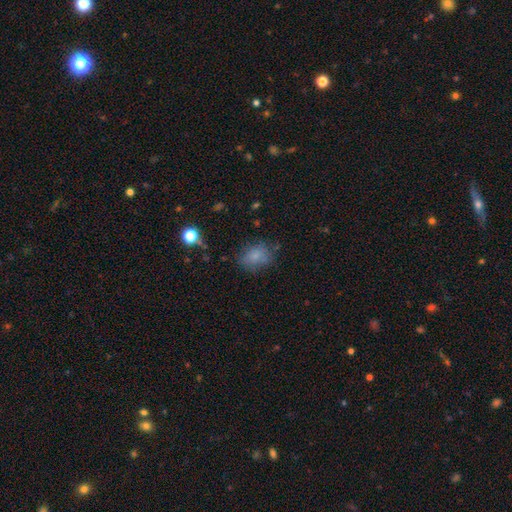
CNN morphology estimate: The model was most divided on "how rounded": in between: 64%, round: 34%, cigar-shaped: 1%. More confident: smooth or featured — smooth (76%); merging — none (66%).